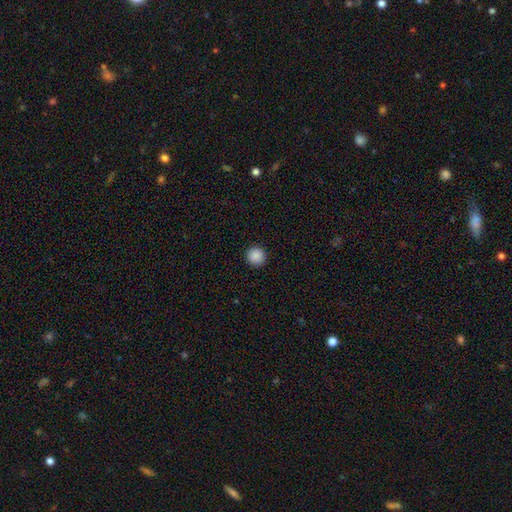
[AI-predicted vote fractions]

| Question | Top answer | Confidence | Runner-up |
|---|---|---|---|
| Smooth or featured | smooth | 89% | star or artifact (9%) |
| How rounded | round | 96% | in between (3%) |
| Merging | none | 94% | minor disturbance (4%) |